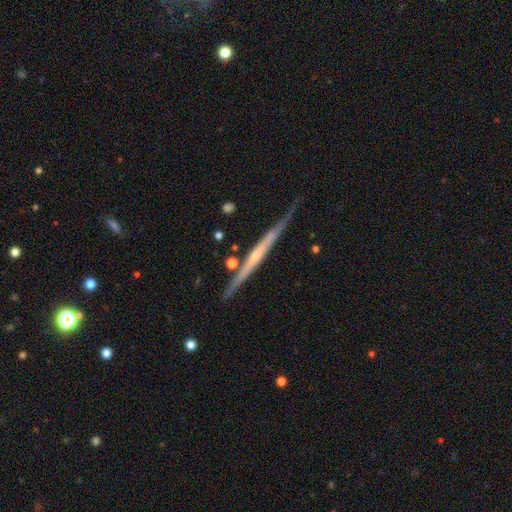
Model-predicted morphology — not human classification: Smooth or featured? Predicted: featured or disk (p=0.73). Edge-on disk? Predicted: yes (p=0.97). Edge-on bulge? Predicted: none (p=0.56). Merging? Predicted: none (p=0.73).